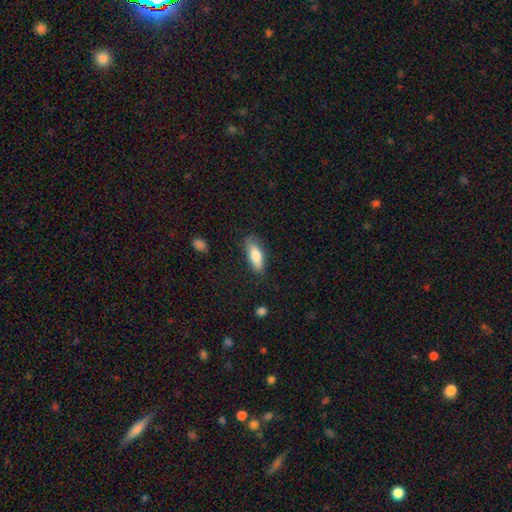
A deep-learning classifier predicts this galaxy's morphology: Smooth or featured? smooth (79%)
How rounded? in between (71%)
Merging? none (75%)